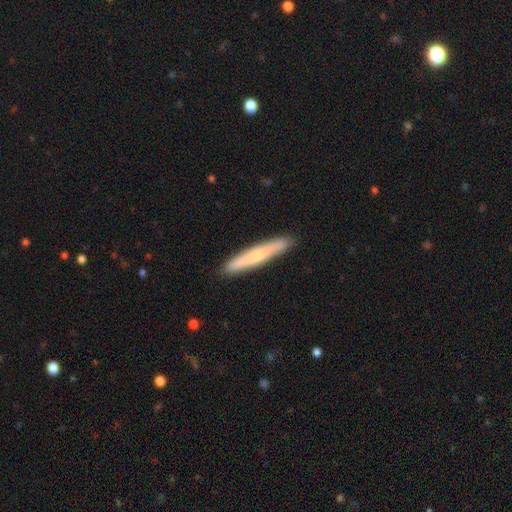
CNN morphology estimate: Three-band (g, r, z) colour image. It shows a smooth galaxy with no disk features (62%) that is cigar-shaped (95%). Merging: none (90%).